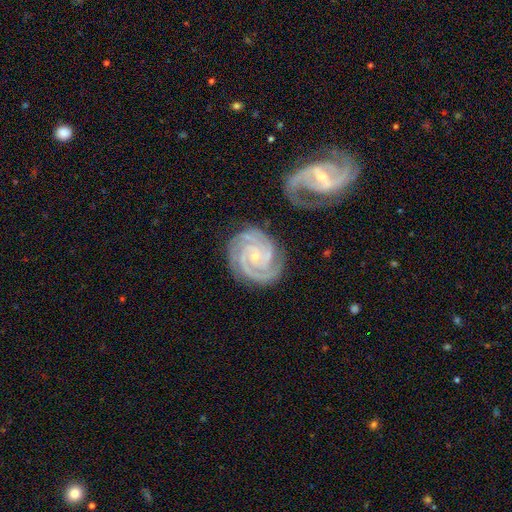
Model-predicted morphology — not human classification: This is clearly a featured or disk galaxy (92%). It is clearly not viewed edge-on (98%). Bar: likely no (67%). Spiral arm pattern: clearly yes (99%). Spiral arm count: marginally 3 (40%). Spiral winding: clearly tight (81%). Central bulge: clearly small (84%). Merging: likely none (72%).